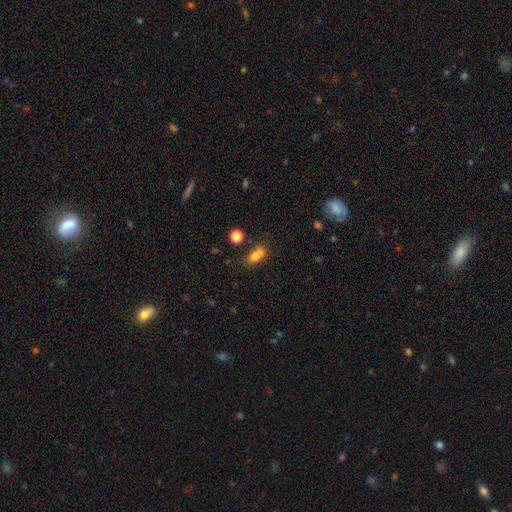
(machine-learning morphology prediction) smooth-or-featured: smooth: 74% | star or artifact: 13% | featured or disk: 13%
  how-rounded: in between: 70% | round: 22% | cigar-shaped: 7%
  merging: none: 41% | merger: 33% | minor disturbance: 18% | major disturbance: 8%